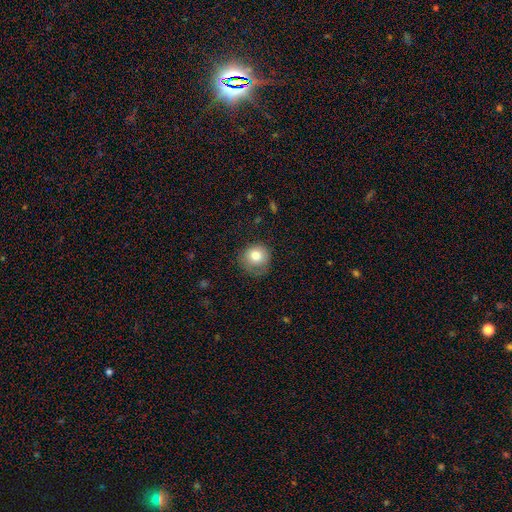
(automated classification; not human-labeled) Smooth or featured?
  - smooth: 80% *
  - featured or disk: 11%
  - star or artifact: 9%
How rounded?
  - round: 88% *
  - in between: 11%
  - cigar-shaped: 1%
Merging?
  - none: 60% *
  - minor disturbance: 27%
  - major disturbance: 12%
  - merger: 1%